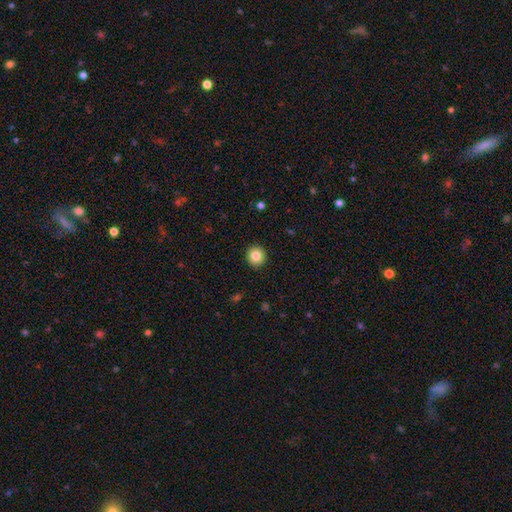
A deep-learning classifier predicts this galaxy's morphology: Smooth or featured?
  - smooth: 84% *
  - star or artifact: 10%
  - featured or disk: 7%
How rounded?
  - round: 91% *
  - in between: 8%
  - cigar-shaped: 1%
Merging?
  - none: 93% *
  - minor disturbance: 5%
  - major disturbance: 2%
  - merger: 1%